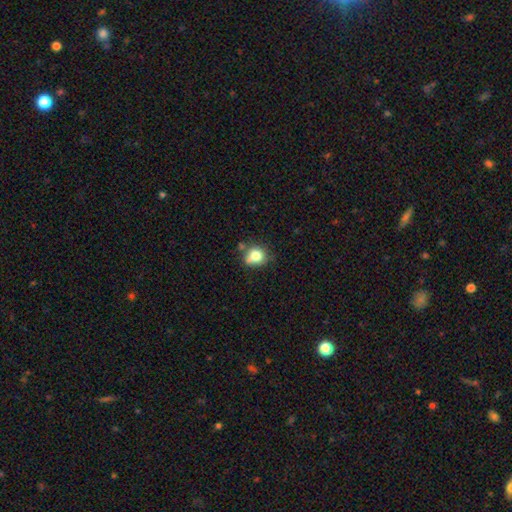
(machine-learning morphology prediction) A smooth galaxy with no disk features (78%) that is round (74%). Merging: none (57%).